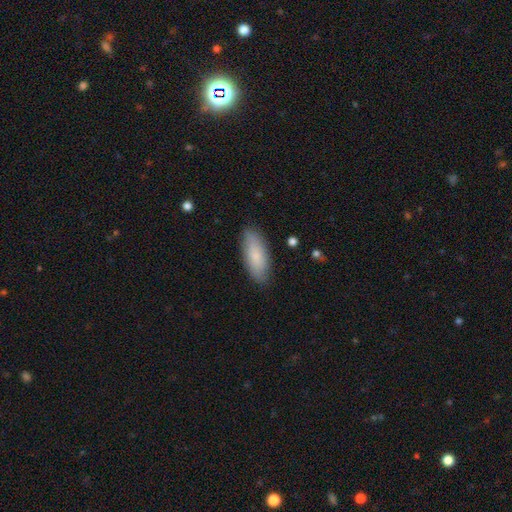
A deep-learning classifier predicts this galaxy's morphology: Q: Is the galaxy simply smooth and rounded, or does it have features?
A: smooth — 78%.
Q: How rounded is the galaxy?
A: in between — 74%.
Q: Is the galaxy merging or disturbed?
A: none — 83%.